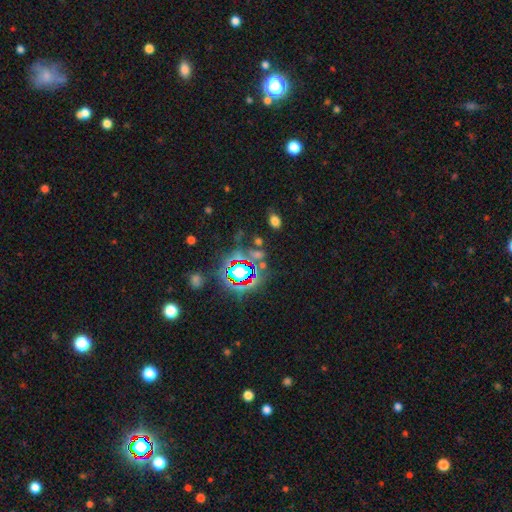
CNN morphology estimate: This appears to be a star or artifact, not a galaxy (72%).